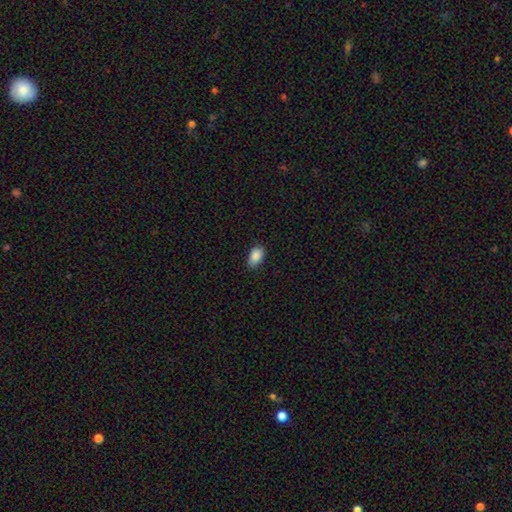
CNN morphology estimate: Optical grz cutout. It shows a smooth galaxy with no disk features (88%) that is in between round and cigar-shaped (89%). Merging: none (80%).